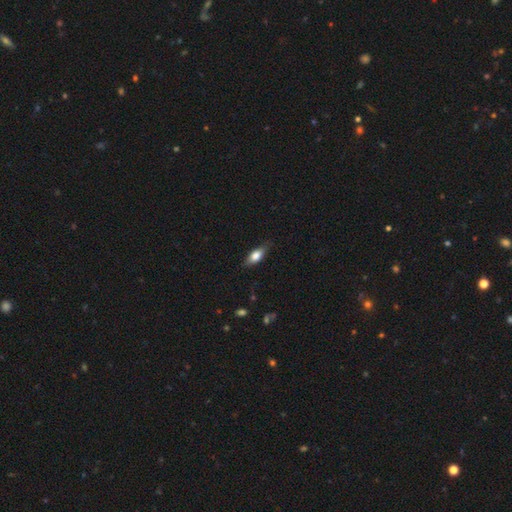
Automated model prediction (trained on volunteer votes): Smooth or featured? Predicted: smooth (p=0.71). How rounded? Predicted: in between (p=0.78). Merging? Predicted: none (p=0.78).